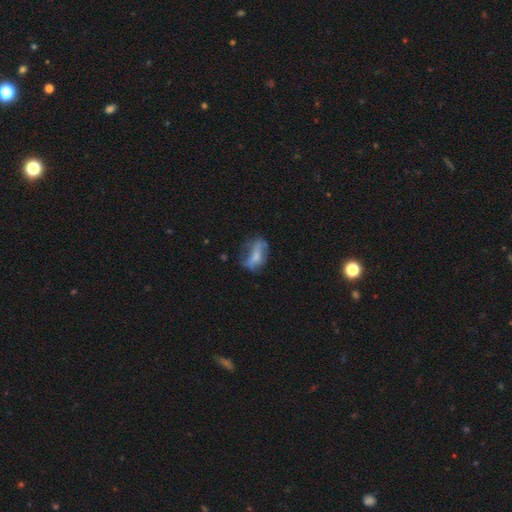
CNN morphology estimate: Smooth or featured? smooth (52%)
How rounded? in between (79%)
Merging? none (40%)